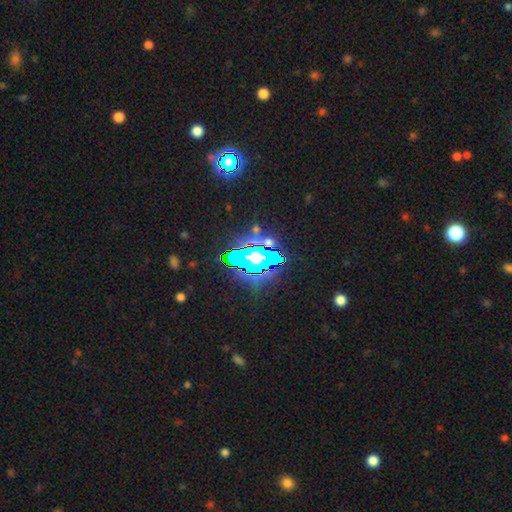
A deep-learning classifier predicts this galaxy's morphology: Smooth or featured? star or artifact (81%)